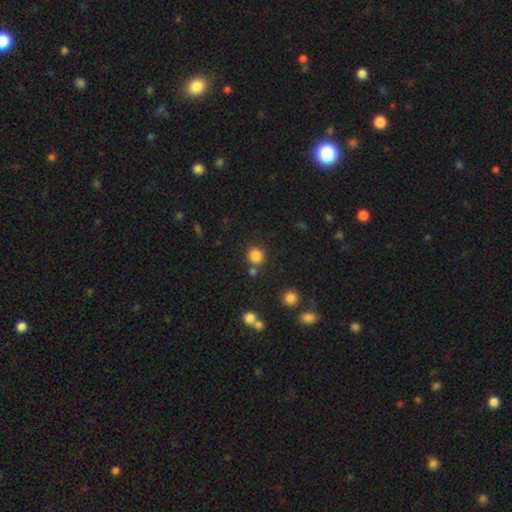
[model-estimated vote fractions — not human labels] Smooth or featured: smooth — 83% (star or artifact — 12%)
How rounded: round — 89% (in between — 10%)
Merging: none — 79% (merger — 9%)